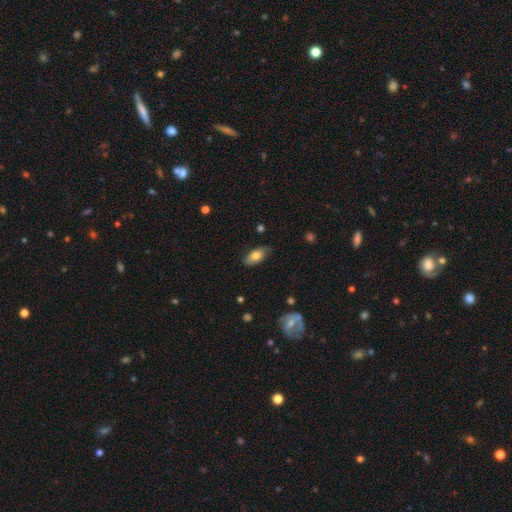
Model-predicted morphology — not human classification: Smooth or featured?
  - smooth: 75% *
  - featured or disk: 18%
  - star or artifact: 7%
How rounded?
  - in between: 88% *
  - cigar-shaped: 9%
  - round: 3%
Merging?
  - none: 79% *
  - minor disturbance: 17%
  - major disturbance: 3%
  - merger: 1%